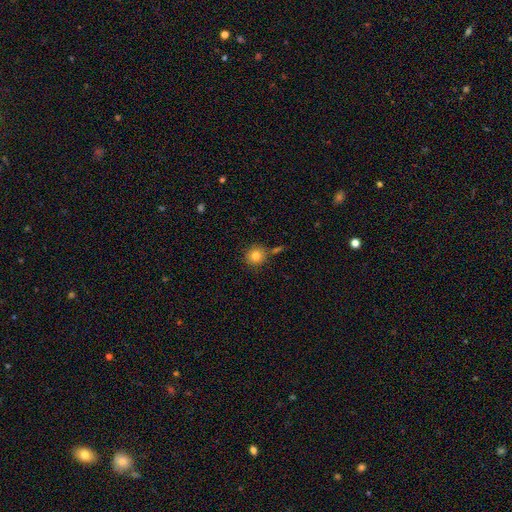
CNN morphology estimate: Overall: smooth (83%). How rounded: round (89%). Merging: none (76%).